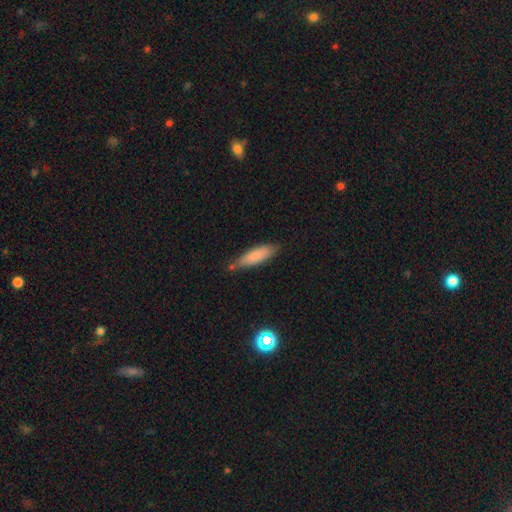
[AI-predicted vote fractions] Overall: smooth (81%). How rounded: cigar-shaped (55%; in between 43%). Merging: none (69%).